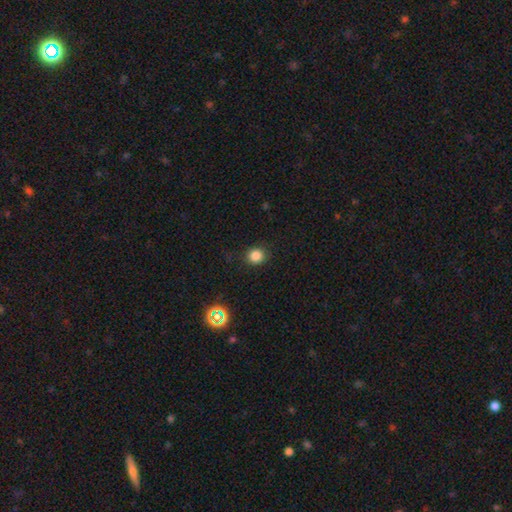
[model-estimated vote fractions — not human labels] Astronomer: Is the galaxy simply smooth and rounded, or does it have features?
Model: smooth — 82%.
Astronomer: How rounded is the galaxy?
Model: round — 85%.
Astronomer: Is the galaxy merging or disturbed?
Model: none — 87%.